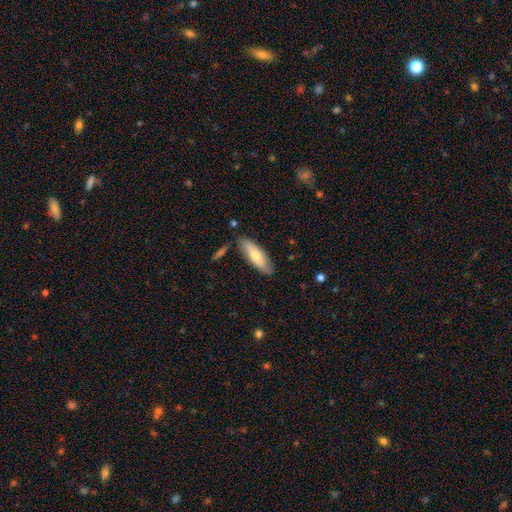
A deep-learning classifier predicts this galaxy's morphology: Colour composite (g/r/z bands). It shows a smooth galaxy with no disk features (63%) that is in between round and cigar-shaped (59%). Merging: none (79%).